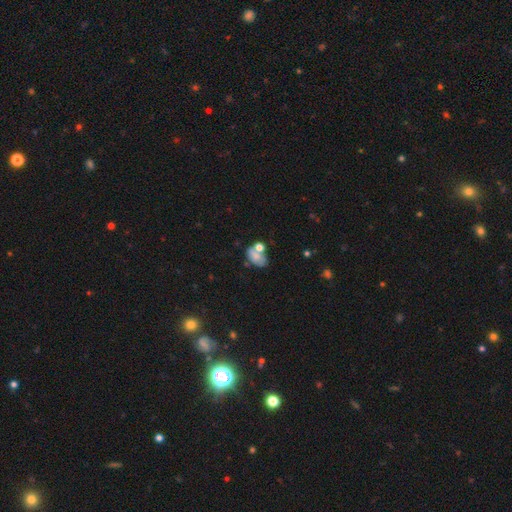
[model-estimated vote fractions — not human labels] A smooth galaxy with no disk features (62%) that is in between round and cigar-shaped (81%). Merging: none (34%, tied with merger).